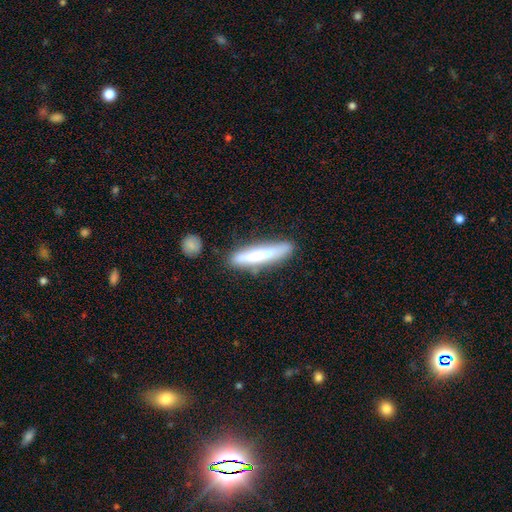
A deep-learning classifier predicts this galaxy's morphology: Smooth or featured: smooth — 61% (featured or disk — 32%)
How rounded: cigar-shaped — 89% (in between — 10%)
Merging: none — 76% (minor disturbance — 15%)